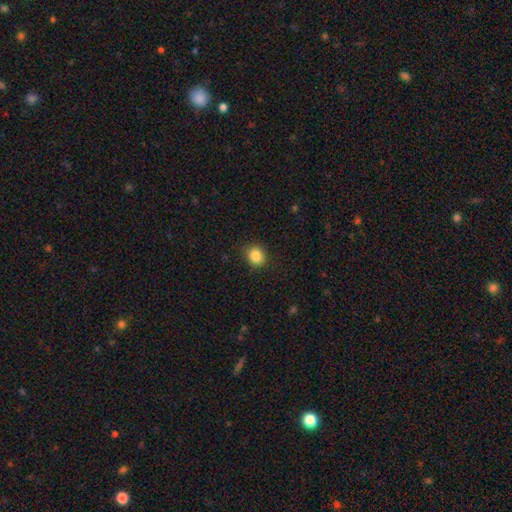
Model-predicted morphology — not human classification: The model was most divided on "how rounded": round: 73%, in between: 26%, cigar-shaped: 1%. More confident: merging — none (87%); smooth or featured — smooth (86%).